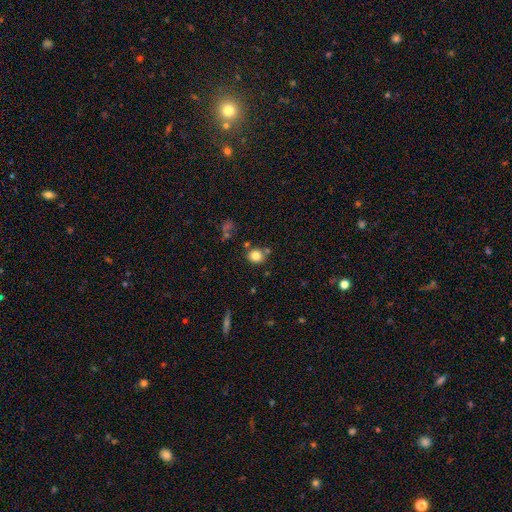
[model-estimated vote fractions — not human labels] smooth_or_featured: smooth (p=0.81) [alt: star or artifact p=0.11]
how_rounded: round (p=0.81) [alt: in between p=0.18]
merging: none (p=0.74) [alt: minor disturbance p=0.12]